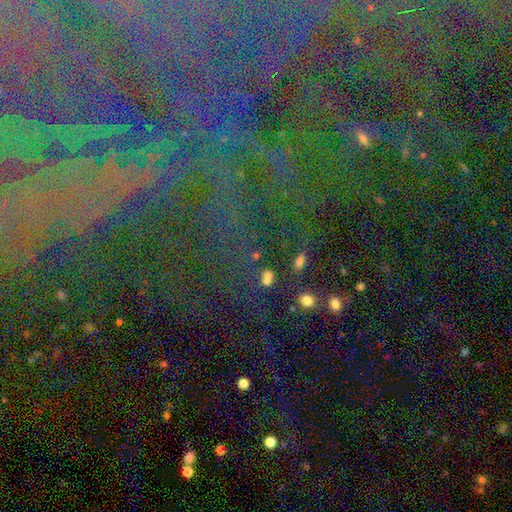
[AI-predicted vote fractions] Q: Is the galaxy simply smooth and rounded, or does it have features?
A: star or artifact — 49%.